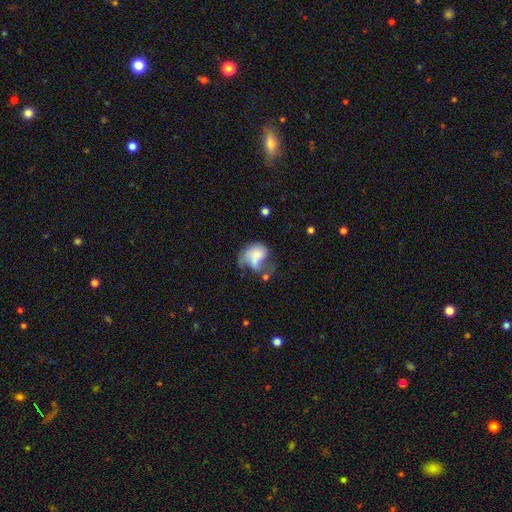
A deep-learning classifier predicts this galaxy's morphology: smooth_or_featured: smooth (p=0.54) [alt: featured or disk p=0.37]
how_rounded: in between (p=0.62) [alt: round p=0.37]
merging: major disturbance (p=0.41) [alt: minor disturbance p=0.22]